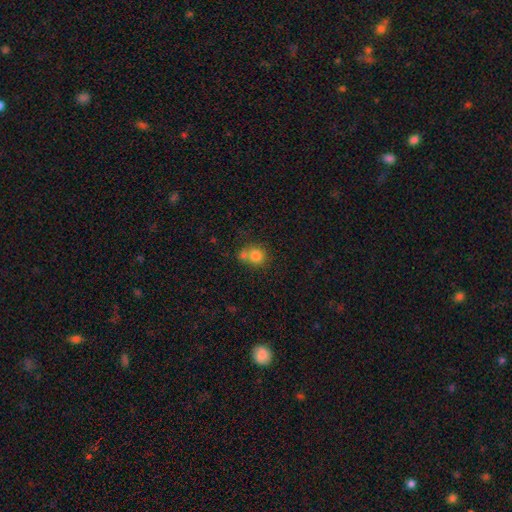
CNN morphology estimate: Q: Smooth or featured?
A: smooth (80%); runner-up: star or artifact (11%)
Q: How rounded?
A: round (83%); runner-up: in between (16%)
Q: Merging?
A: none (45%); runner-up: merger (41%)